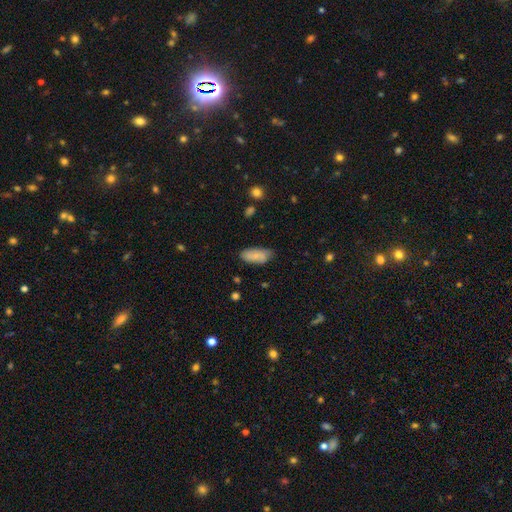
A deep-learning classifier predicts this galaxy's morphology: This appears to be a smooth galaxy with no disk features (81%) that is in between round and cigar-shaped (87%). Merging: none (68%).